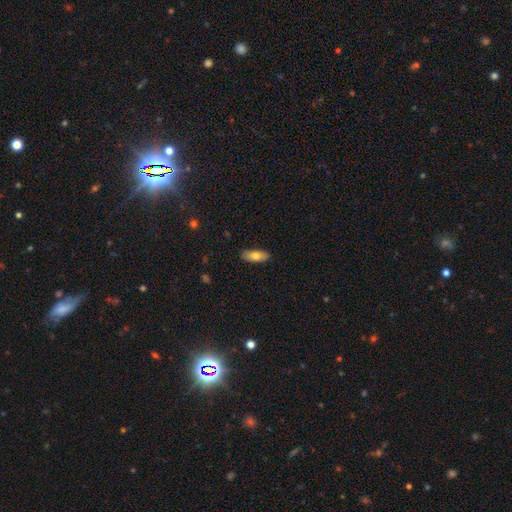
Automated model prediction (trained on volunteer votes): Smooth or featured? Predicted: smooth (p=0.71). How rounded? Predicted: in between (p=0.79). Merging? Predicted: none (p=0.87).